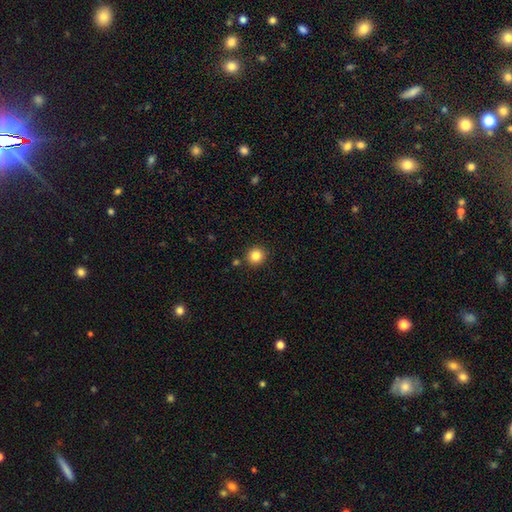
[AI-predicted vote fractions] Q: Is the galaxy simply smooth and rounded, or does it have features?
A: smooth — 84%.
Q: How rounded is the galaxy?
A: round — 91%.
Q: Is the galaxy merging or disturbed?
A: none — 88%.